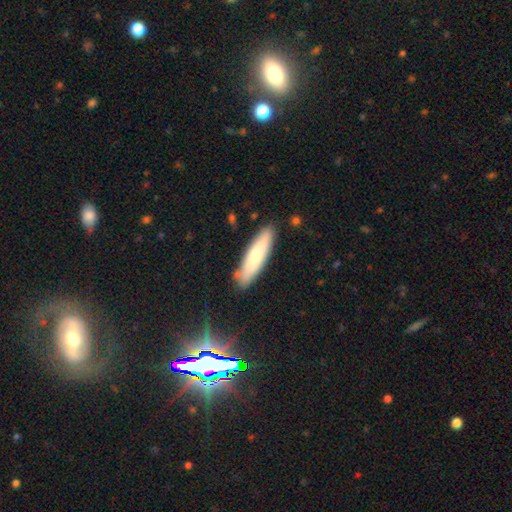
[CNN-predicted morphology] Smooth or featured?
  - smooth: 70% *
  - featured or disk: 24%
  - star or artifact: 6%
How rounded?
  - cigar-shaped: 74% *
  - in between: 25%
  - round: 1%
Merging?
  - none: 84% *
  - minor disturbance: 12%
  - merger: 3%
  - major disturbance: 2%